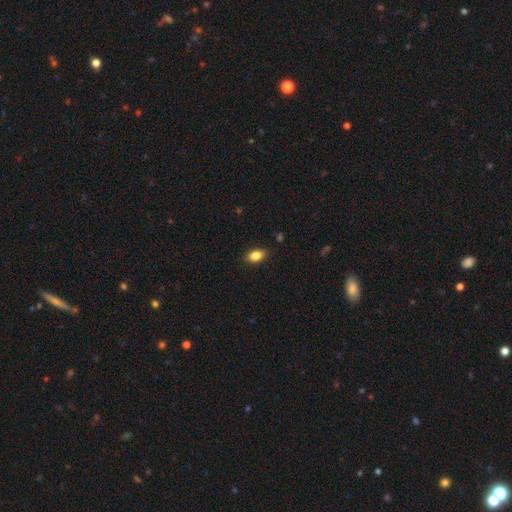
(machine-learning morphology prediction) This is clearly a smooth galaxy (84%). How rounded: clearly in between (88%). Merging: clearly none (87%).